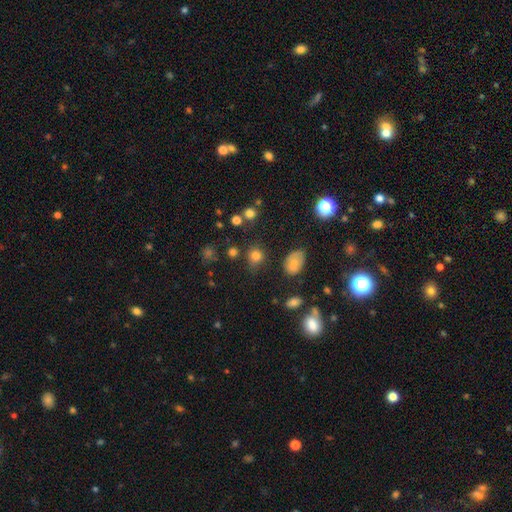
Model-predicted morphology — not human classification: This is likely a smooth galaxy (79%). How rounded: likely round (78%). Merging: likely none (77%).